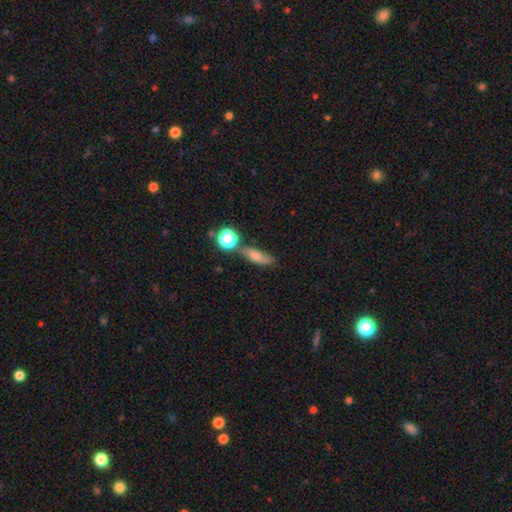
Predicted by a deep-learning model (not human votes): Smooth or featured? smooth (69%)
How rounded? in between (49%)
Merging? none (60%)